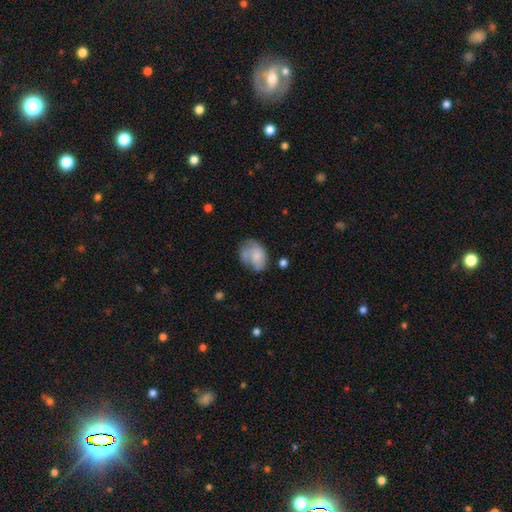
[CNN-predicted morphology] A smooth galaxy with no disk features (62%) that is in between round and cigar-shaped (64%). Merging: none (45%).